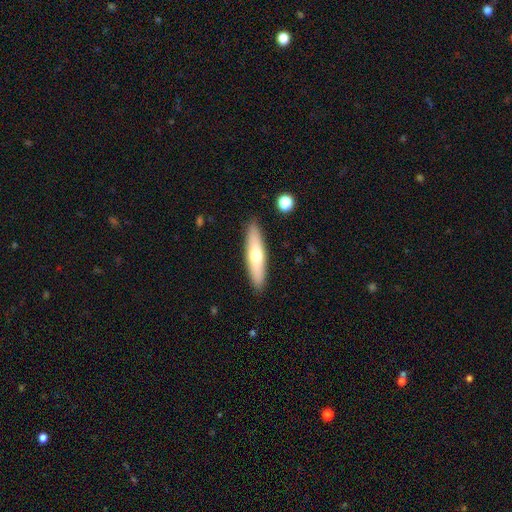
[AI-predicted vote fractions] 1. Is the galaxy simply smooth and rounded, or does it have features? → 59% smooth, 35% featured or disk, 6% star or artifact.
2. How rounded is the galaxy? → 72% cigar-shaped, 27% in between, 2% round.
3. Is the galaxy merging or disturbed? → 89% none, 8% minor disturbance, 2% major disturbance, 1% merger.